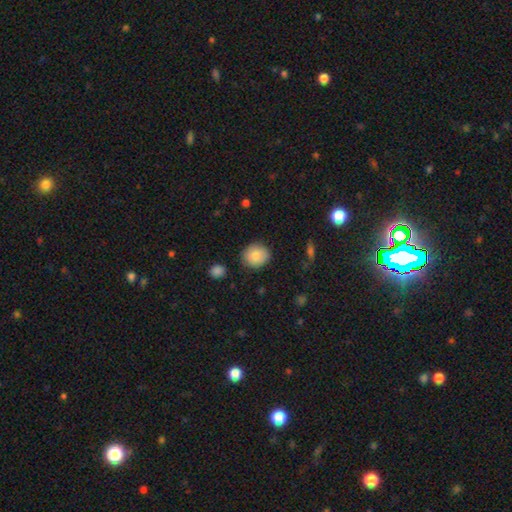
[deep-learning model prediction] smooth_or_featured: smooth (p=0.84) [alt: featured or disk p=0.08]
how_rounded: round (p=0.82) [alt: in between p=0.17]
merging: none (p=0.85) [alt: minor disturbance p=0.11]